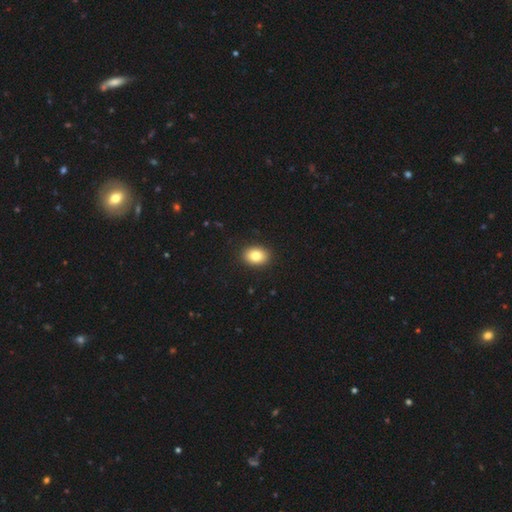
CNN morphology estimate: Overall: smooth (83%). How rounded: in between (69%; round 30%). Merging: none (90%).